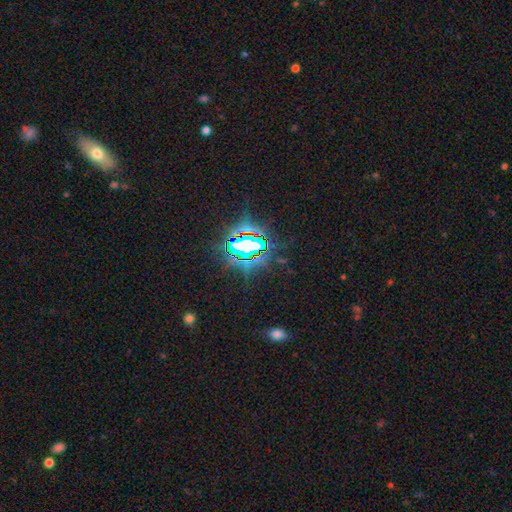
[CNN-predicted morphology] A star or artifact, not a galaxy (82%).